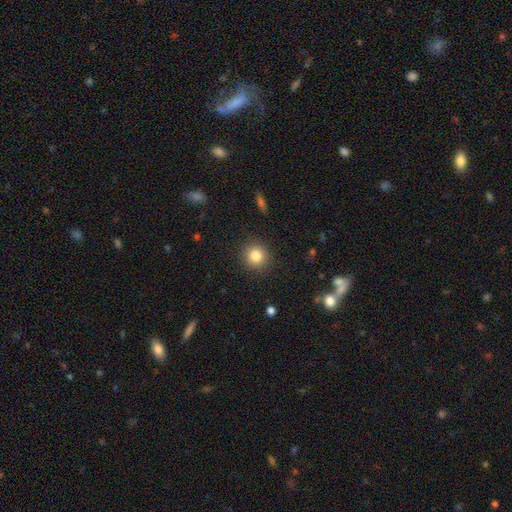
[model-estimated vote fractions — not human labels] Q: Smooth or featured?
A: smooth (83%); runner-up: star or artifact (11%)
Q: How rounded?
A: round (91%); runner-up: in between (8%)
Q: Merging?
A: none (90%); runner-up: minor disturbance (7%)